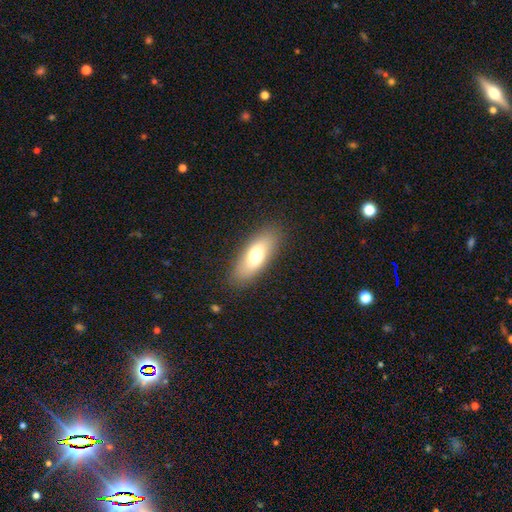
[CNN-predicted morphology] Q: Smooth or featured?
A: smooth (69%); runner-up: featured or disk (24%)
Q: How rounded?
A: in between (73%); runner-up: cigar-shaped (24%)
Q: Merging?
A: none (87%); runner-up: minor disturbance (9%)